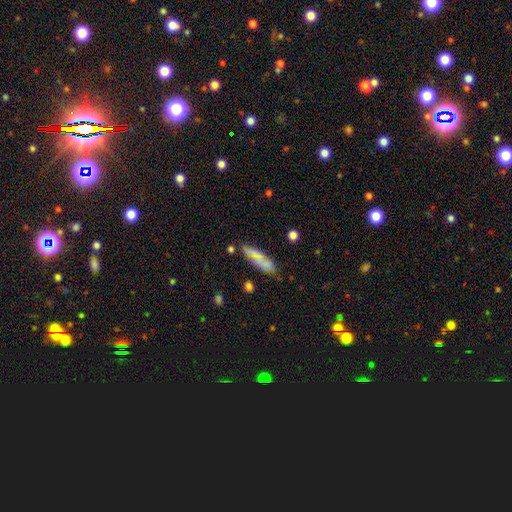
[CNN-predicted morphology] Q: Smooth or featured?
A: smooth (59%); runner-up: featured or disk (28%)
Q: How rounded?
A: cigar-shaped (58%); runner-up: in between (38%)
Q: Merging?
A: none (69%); runner-up: minor disturbance (18%)